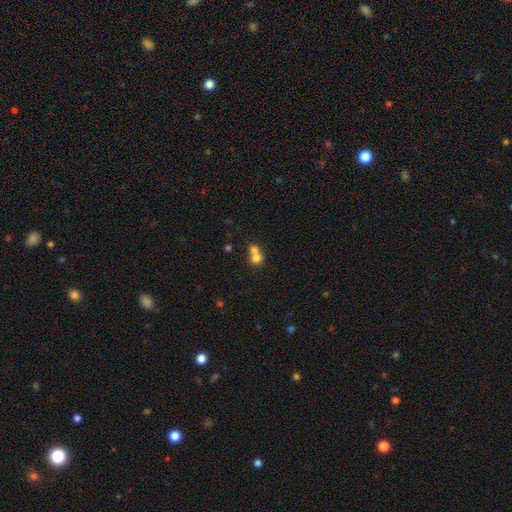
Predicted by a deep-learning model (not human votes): Smooth or featured: smooth — 73% (featured or disk — 16%)
How rounded: round — 73% (in between — 26%)
Merging: merger — 68% (none — 25%)